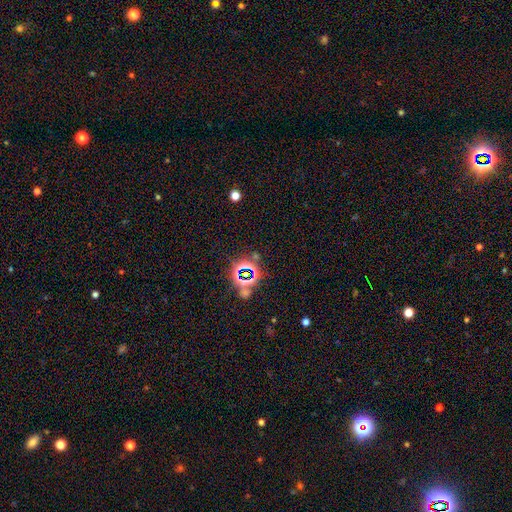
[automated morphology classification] Smooth or featured?
  - star or artifact: 71% *
  - smooth: 20%
  - featured or disk: 9%